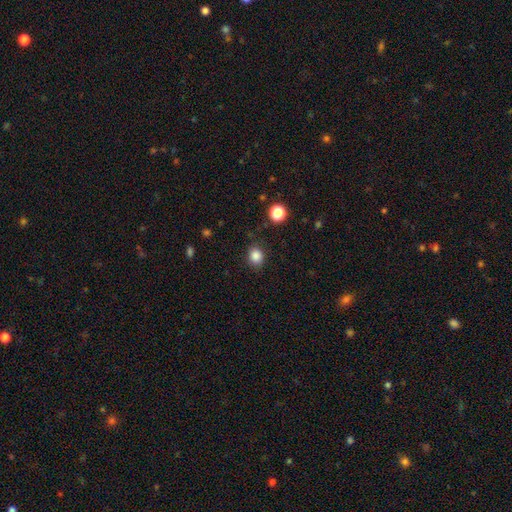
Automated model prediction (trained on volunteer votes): The model was most divided on "how rounded": round: 64%, in between: 35%, cigar-shaped: 1%. More confident: smooth or featured — smooth (85%); merging — none (82%).